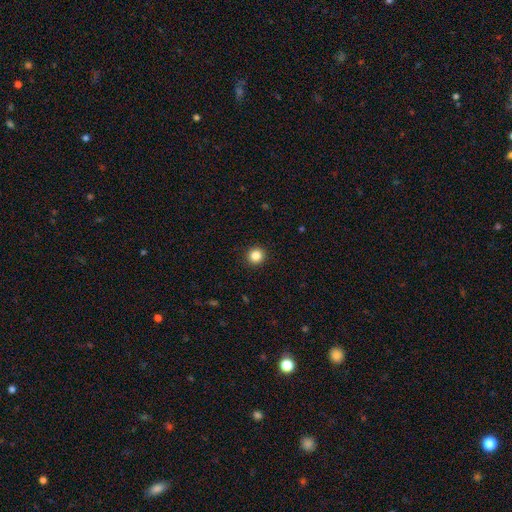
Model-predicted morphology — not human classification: Q: Smooth or featured?
A: smooth (85%); runner-up: star or artifact (11%)
Q: How rounded?
A: round (95%); runner-up: in between (4%)
Q: Merging?
A: none (93%); runner-up: minor disturbance (4%)